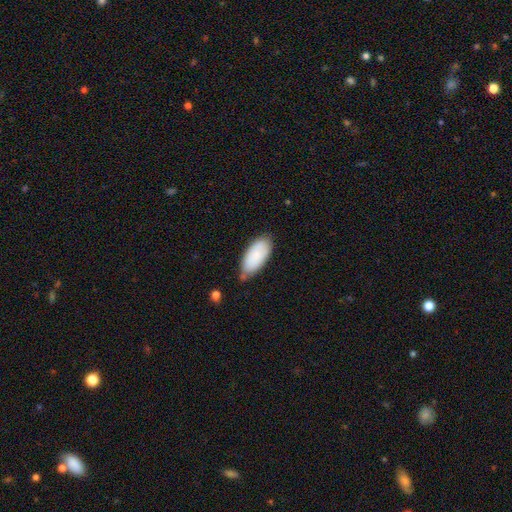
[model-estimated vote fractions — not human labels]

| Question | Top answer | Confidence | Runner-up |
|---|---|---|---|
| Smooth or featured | smooth | 85% | featured or disk (9%) |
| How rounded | in between | 91% | cigar-shaped (7%) |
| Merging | none | 65% | minor disturbance (27%) |